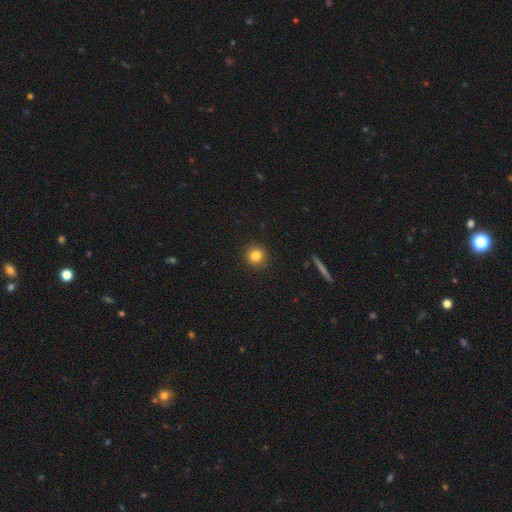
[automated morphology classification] This is clearly a smooth galaxy (82%). How rounded: clearly round (94%). Merging: clearly none (92%).